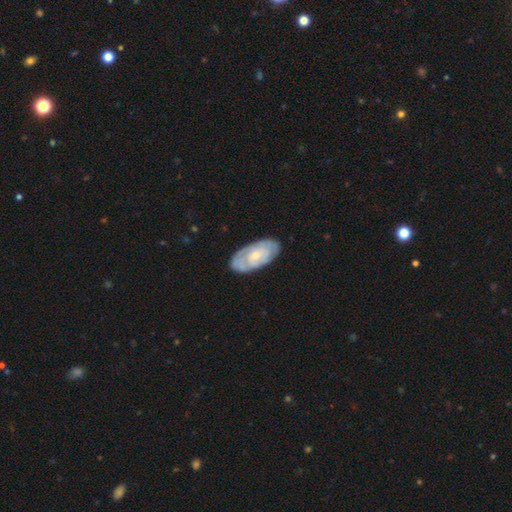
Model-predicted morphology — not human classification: featured or disk 61%, smooth 34%, star or artifact 6%. Down the decision tree: edge-on disk — no (92%); bar — no (76%); spiral arms — yes (69%); bulge size — small (57%); merging — none (79%).